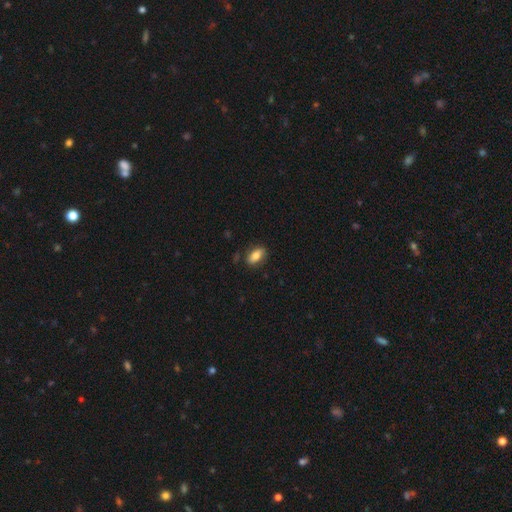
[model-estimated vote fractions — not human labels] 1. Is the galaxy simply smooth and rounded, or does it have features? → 77% smooth, 16% featured or disk, 7% star or artifact.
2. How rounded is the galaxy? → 84% in between, 11% cigar-shaped, 5% round.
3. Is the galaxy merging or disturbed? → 81% none, 14% minor disturbance, 3% major disturbance, 2% merger.